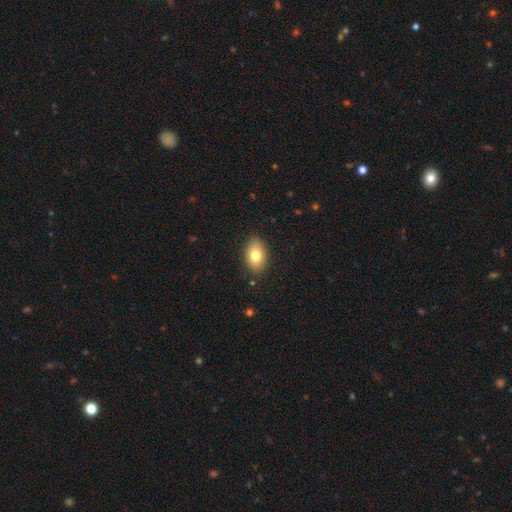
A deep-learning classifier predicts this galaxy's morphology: The model was most divided on "smooth or featured": smooth: 76%, featured or disk: 15%, star or artifact: 8%. More confident: merging — none (87%); how rounded — in between (85%).